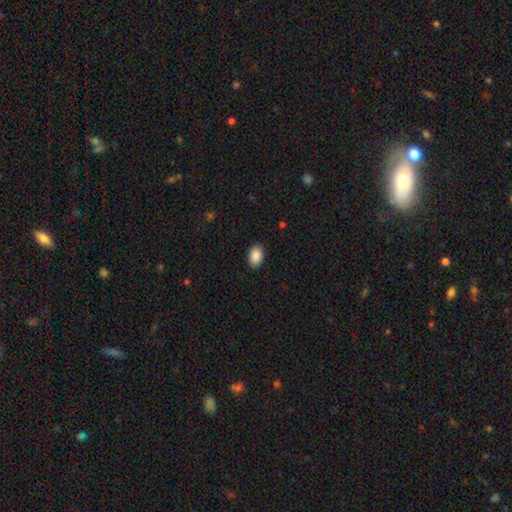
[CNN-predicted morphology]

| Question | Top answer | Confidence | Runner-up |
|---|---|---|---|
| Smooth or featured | smooth | 88% | star or artifact (7%) |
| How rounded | in between | 87% | round (11%) |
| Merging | none | 89% | minor disturbance (8%) |